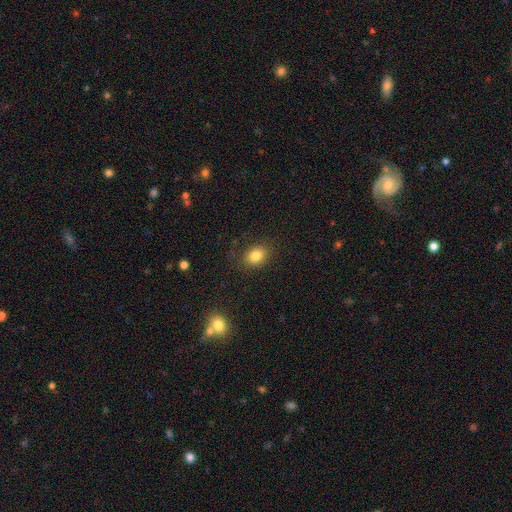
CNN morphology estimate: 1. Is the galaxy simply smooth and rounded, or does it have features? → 82% smooth, 11% star or artifact, 7% featured or disk.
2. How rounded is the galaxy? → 58% in between, 41% round, 1% cigar-shaped.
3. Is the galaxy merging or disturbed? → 83% none, 12% minor disturbance, 4% major disturbance, 1% merger.